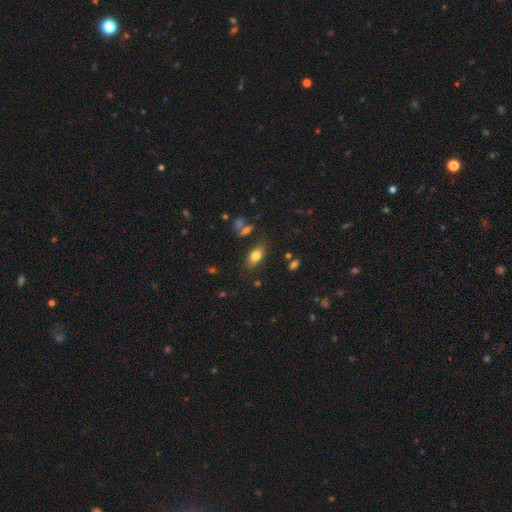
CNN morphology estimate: A smooth galaxy with no disk features (79%) that is in between round and cigar-shaped (87%).

Vote fractions:
- Smooth or featured? smooth: 79% / featured or disk: 11% / star or artifact: 10%
- How rounded? in between: 87% / round: 7% / cigar-shaped: 6%
- Merging? none: 80% / minor disturbance: 12% / merger: 4% / major disturbance: 4%